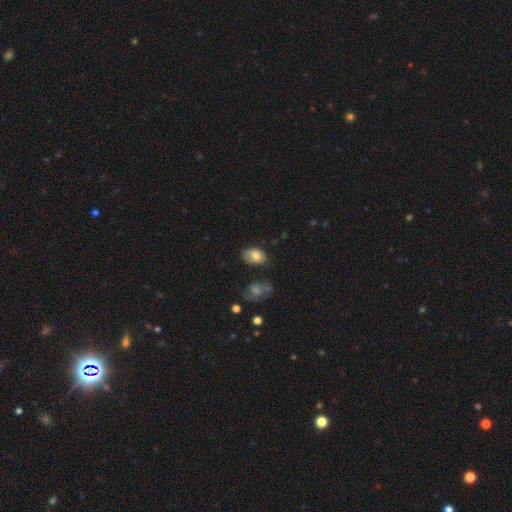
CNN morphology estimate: type=smooth (73%); roundness=in between (81%); merging=none (68%).